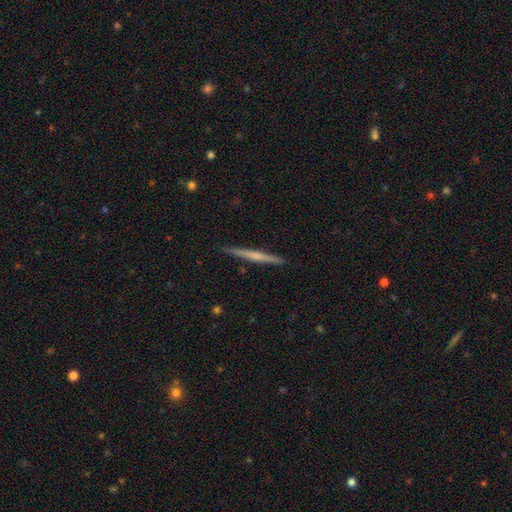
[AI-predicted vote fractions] Smooth or featured: featured or disk — 58% (smooth — 37%)
Edge-on disk: yes — 98% (no — 2%)
Edge-on bulge: none — 51% (rounded — 39%)
Merging: none — 90% (minor disturbance — 7%)